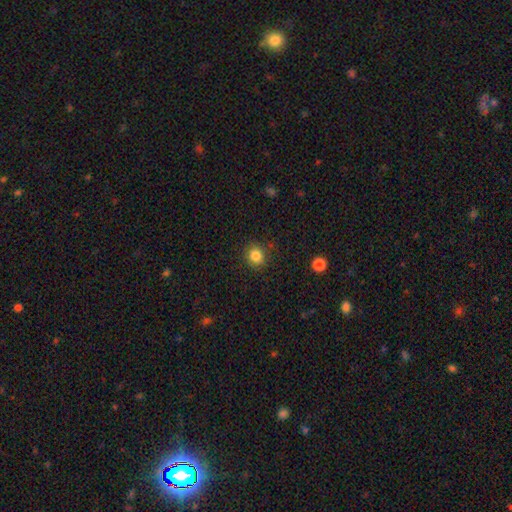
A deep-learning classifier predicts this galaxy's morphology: Smooth or featured? smooth (84%)
How rounded? round (83%)
Merging? none (88%)